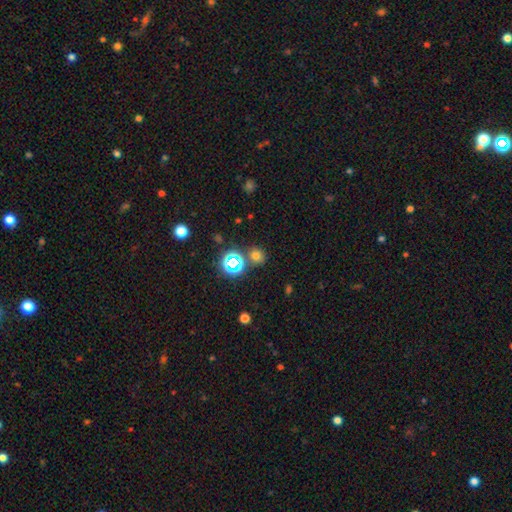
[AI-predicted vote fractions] smooth 65%, star or artifact 29%, featured or disk 7%. Down the decision tree: how rounded — round (81%); merging — none (79%).